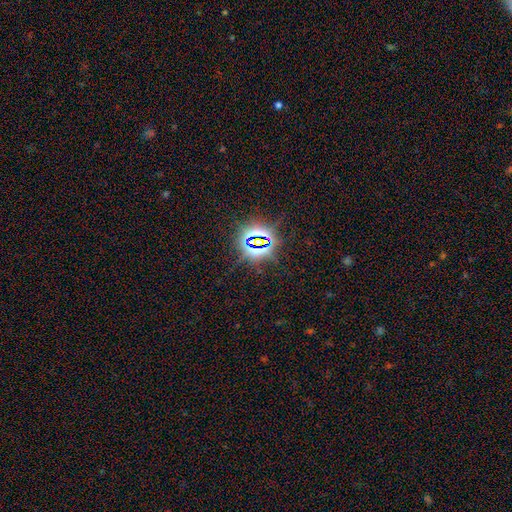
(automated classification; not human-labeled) This appears to be a star or artifact, not a galaxy (80%).